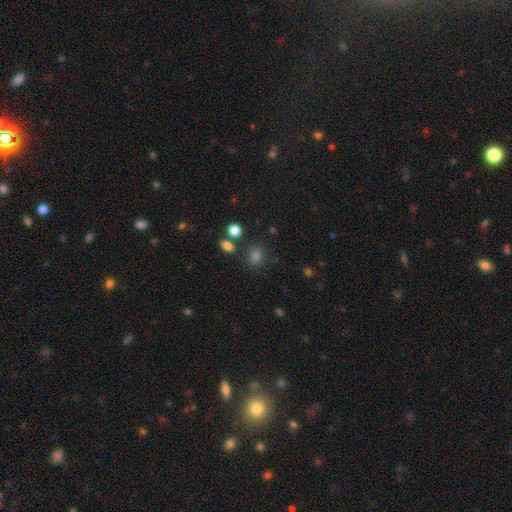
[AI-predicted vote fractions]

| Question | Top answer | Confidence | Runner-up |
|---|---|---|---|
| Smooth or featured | smooth | 76% | star or artifact (18%) |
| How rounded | round | 72% | in between (27%) |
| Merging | none | 77% | minor disturbance (10%) |